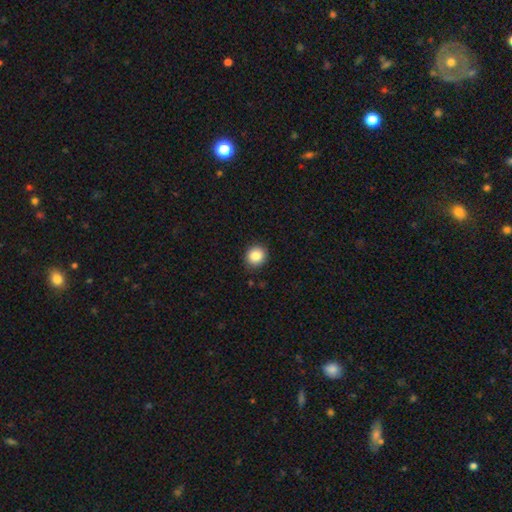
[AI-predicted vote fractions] Smooth or featured? smooth (87%)
How rounded? round (81%)
Merging? none (88%)